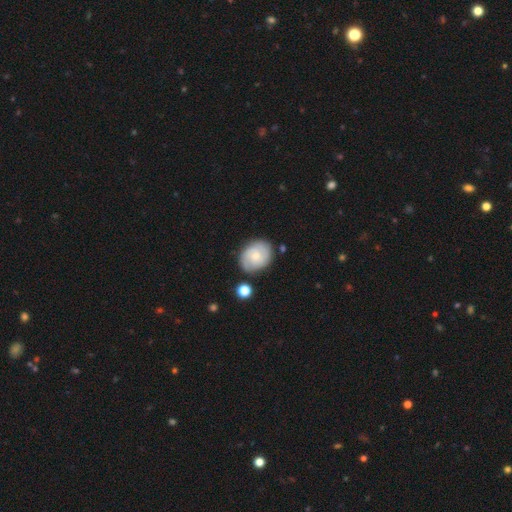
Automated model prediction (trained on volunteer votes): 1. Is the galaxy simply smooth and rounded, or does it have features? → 55% featured or disk, 38% smooth, 7% star or artifact.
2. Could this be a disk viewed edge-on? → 97% no, 3% yes.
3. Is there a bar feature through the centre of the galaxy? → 72% no, 25% weak, 3% strong.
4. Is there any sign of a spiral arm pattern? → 86% yes, 14% no.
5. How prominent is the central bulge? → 57% small, 37% moderate, 3% none, 2% large, 1% dominant.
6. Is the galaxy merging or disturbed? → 78% none, 14% minor disturbance, 4% merger, 4% major disturbance.